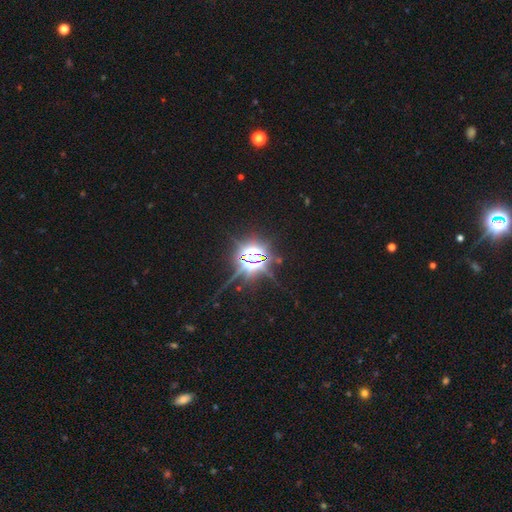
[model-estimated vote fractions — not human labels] Smooth or featured?
  - star or artifact: 80% *
  - featured or disk: 10%
  - smooth: 10%